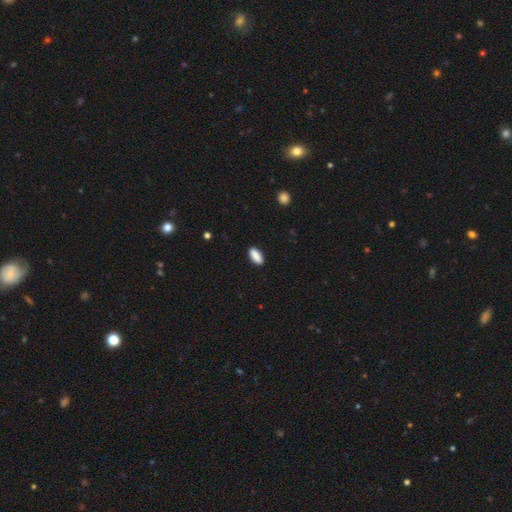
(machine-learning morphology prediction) type=smooth (89%); roundness=in between (83%); merging=none (89%).